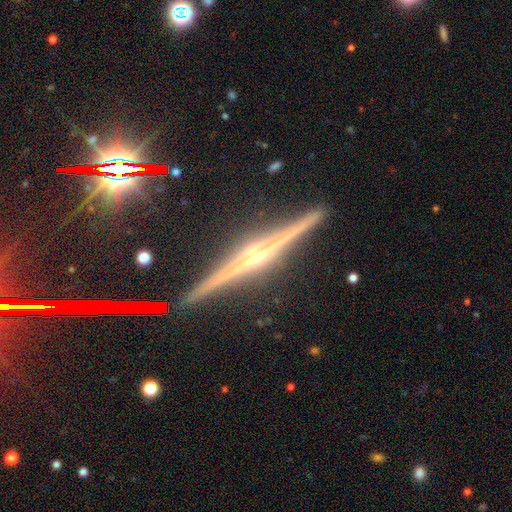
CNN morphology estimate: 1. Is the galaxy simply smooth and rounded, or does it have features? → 88% featured or disk, 7% star or artifact, 5% smooth.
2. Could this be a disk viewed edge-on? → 98% yes, 2% no.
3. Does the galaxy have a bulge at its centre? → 89% rounded, 6% boxy, 5% none.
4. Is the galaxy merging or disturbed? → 90% none, 7% minor disturbance, 2% merger, 1% major disturbance.